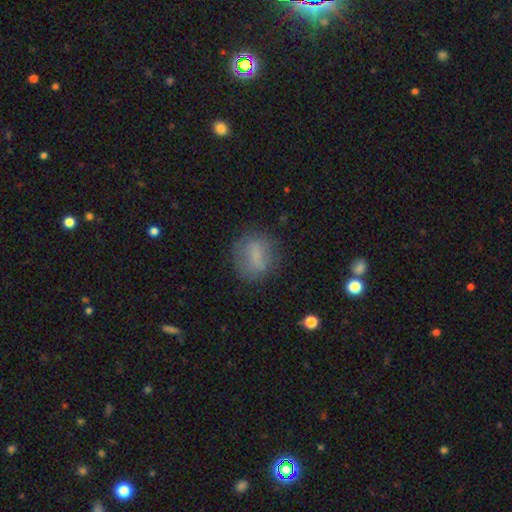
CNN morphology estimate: Q: Smooth or featured?
A: smooth (71%); runner-up: featured or disk (19%)
Q: How rounded?
A: round (55%); runner-up: in between (42%)
Q: Merging?
A: none (77%); runner-up: minor disturbance (15%)